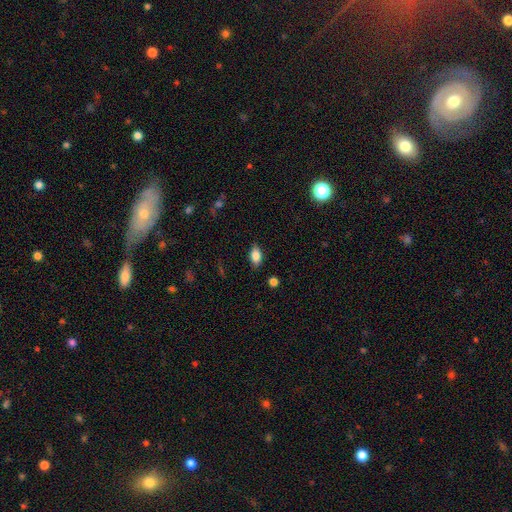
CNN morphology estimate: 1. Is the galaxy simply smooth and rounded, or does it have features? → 81% smooth, 11% featured or disk, 8% star or artifact.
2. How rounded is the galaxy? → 88% in between, 6% cigar-shaped, 6% round.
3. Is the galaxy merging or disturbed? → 84% none, 12% minor disturbance, 3% major disturbance, 1% merger.